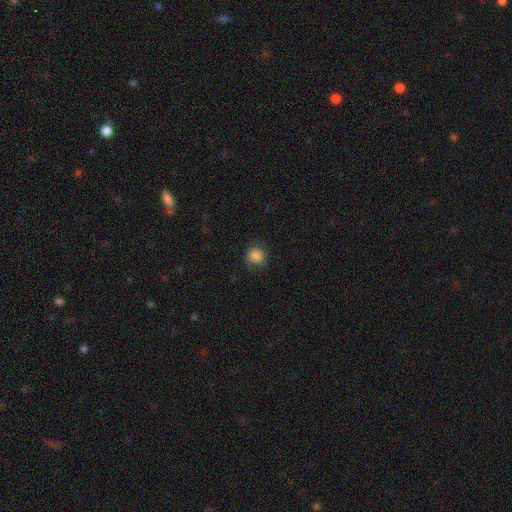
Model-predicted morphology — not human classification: smooth-or-featured: smooth: 84% | star or artifact: 10% | featured or disk: 6%
  how-rounded: round: 86% | in between: 13% | cigar-shaped: 1%
  merging: none: 80% | minor disturbance: 14% | major disturbance: 5% | merger: 1%